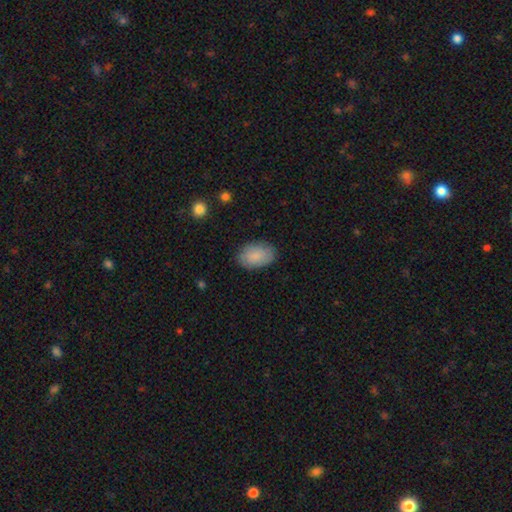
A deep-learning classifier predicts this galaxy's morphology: Smooth or featured?
  - smooth: 85% *
  - featured or disk: 8%
  - star or artifact: 6%
How rounded?
  - in between: 89% *
  - round: 10%
  - cigar-shaped: 1%
Merging?
  - none: 84% *
  - minor disturbance: 12%
  - major disturbance: 3%
  - merger: 1%